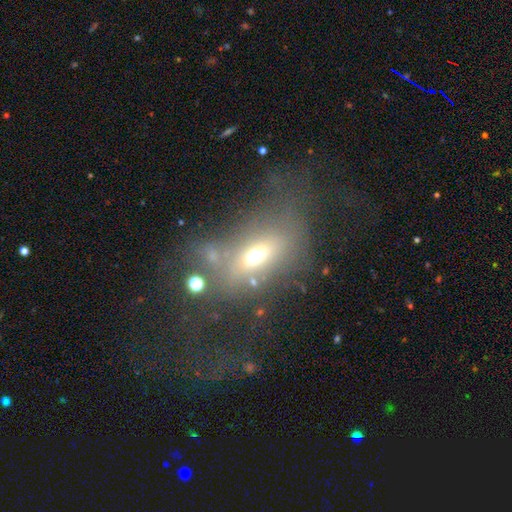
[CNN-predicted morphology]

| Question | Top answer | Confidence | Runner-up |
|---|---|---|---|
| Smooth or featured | smooth | 55% | featured or disk (26%) |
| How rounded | in between | 73% | round (18%) |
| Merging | none | 44% | major disturbance (26%) |